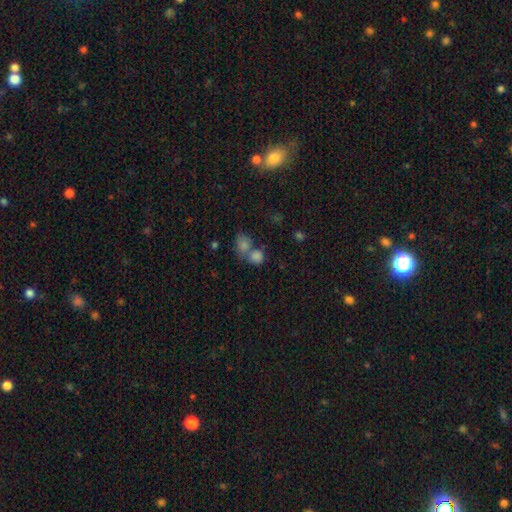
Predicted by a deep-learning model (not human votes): This is clearly a smooth galaxy (81%). How rounded: likely round (69%). Merging: possibly merger (51%).